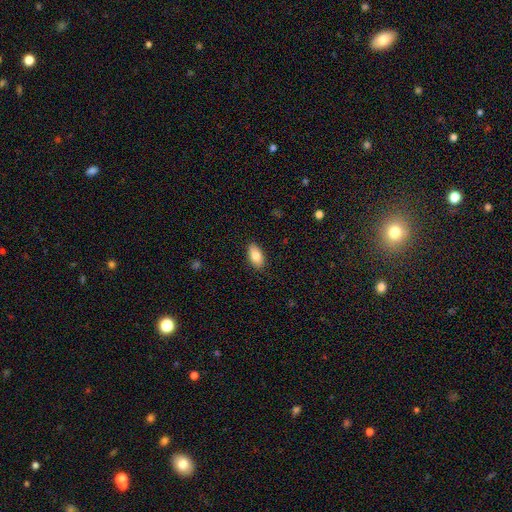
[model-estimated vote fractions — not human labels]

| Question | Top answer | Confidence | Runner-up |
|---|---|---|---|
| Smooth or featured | smooth | 82% | featured or disk (11%) |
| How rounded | in between | 91% | cigar-shaped (5%) |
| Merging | none | 87% | minor disturbance (10%) |